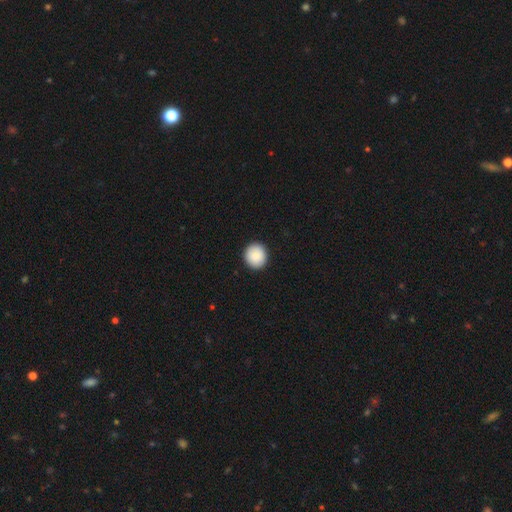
A smooth galaxy with no disk features (92%) that is round (94%).

Vote fractions:
- Smooth or featured? smooth: 92% / featured or disk: 6% / star or artifact: 3%
- How rounded? round: 94% / in between: 6% / cigar-shaped: 0%
- Merging? none: 94% / minor disturbance: 3% / major disturbance: 3% / merger: 0%